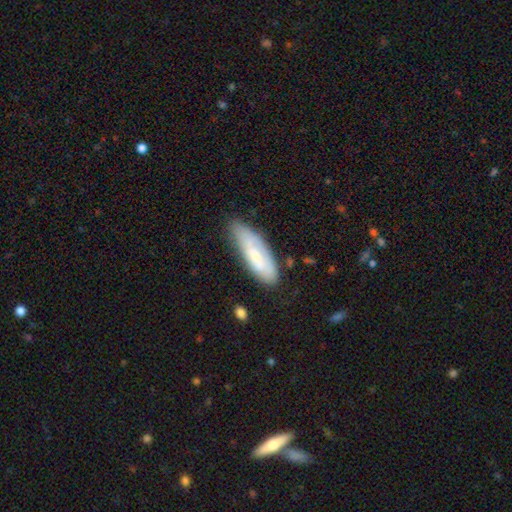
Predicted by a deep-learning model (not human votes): This appears to be a smooth galaxy with no disk features (53%) that is in between round and cigar-shaped (56%). Merging: none (66%).